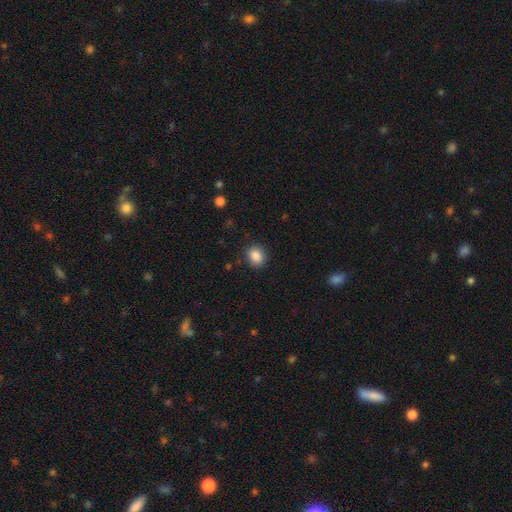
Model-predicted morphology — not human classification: A smooth galaxy with no disk features (87%) that is round (60%).

Vote fractions:
- Smooth or featured? smooth: 87% / star or artifact: 9% / featured or disk: 4%
- How rounded? round: 60% / in between: 39% / cigar-shaped: 1%
- Merging? none: 87% / minor disturbance: 9% / major disturbance: 3% / merger: 1%